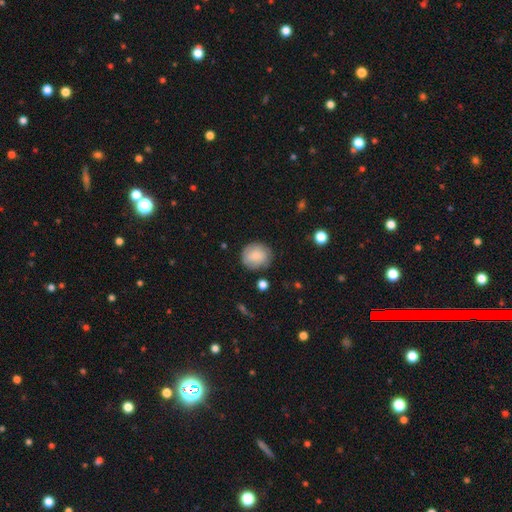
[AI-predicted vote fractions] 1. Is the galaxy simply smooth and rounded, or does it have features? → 73% smooth, 19% featured or disk, 7% star or artifact.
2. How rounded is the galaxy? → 82% round, 17% in between, 1% cigar-shaped.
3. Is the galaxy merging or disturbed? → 78% none, 16% minor disturbance, 4% major disturbance, 2% merger.